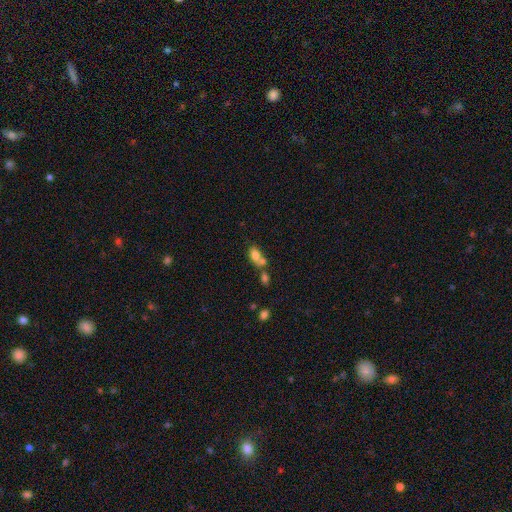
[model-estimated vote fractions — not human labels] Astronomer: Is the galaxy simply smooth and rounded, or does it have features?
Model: smooth — 75%.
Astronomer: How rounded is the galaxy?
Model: in between — 79%.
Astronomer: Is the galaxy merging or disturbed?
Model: merger — 56%.